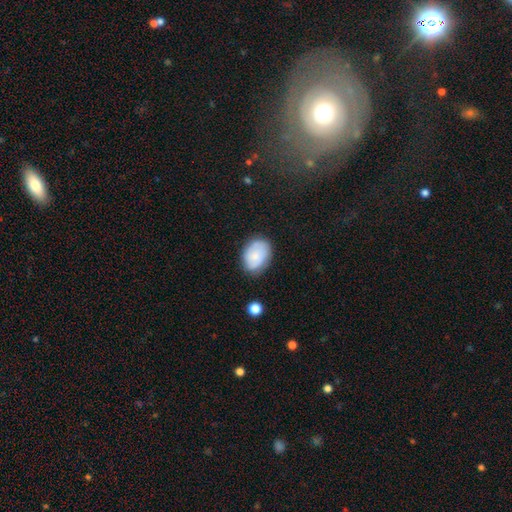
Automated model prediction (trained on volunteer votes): Smooth or featured?
  - smooth: 70% *
  - featured or disk: 23%
  - star or artifact: 8%
How rounded?
  - in between: 77% *
  - round: 22%
  - cigar-shaped: 1%
Merging?
  - none: 72% *
  - minor disturbance: 21%
  - major disturbance: 5%
  - merger: 2%